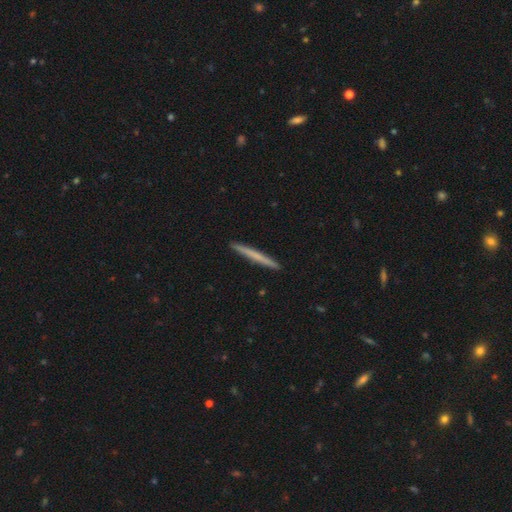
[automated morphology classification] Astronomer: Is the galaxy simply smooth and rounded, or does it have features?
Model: smooth — 60% (runner-up: featured or disk, 35%).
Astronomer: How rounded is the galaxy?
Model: cigar-shaped — 97%.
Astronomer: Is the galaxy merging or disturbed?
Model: none — 93%.